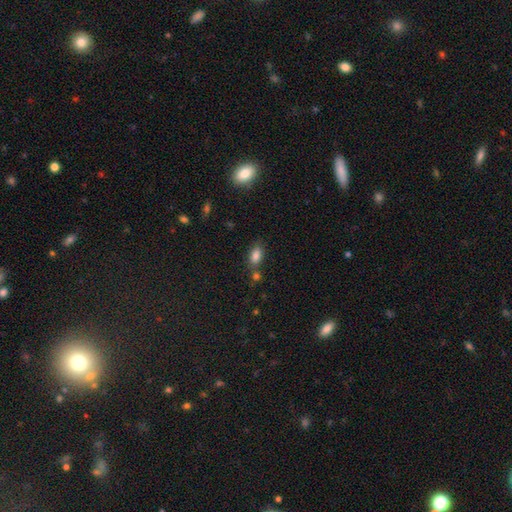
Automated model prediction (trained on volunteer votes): smooth-or-featured: smooth: 82% | star or artifact: 11% | featured or disk: 6%
  how-rounded: in between: 87% | round: 9% | cigar-shaped: 5%
  merging: none: 62% | merger: 18% | minor disturbance: 15% | major disturbance: 5%